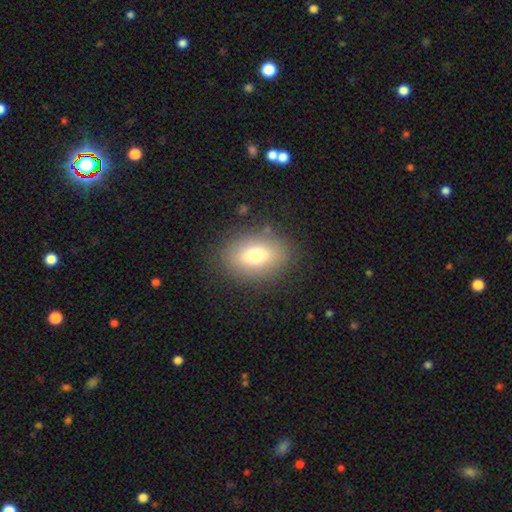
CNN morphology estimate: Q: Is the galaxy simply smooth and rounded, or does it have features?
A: smooth — 72%.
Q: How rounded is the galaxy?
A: in between — 76%.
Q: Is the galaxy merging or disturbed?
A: none — 83%.